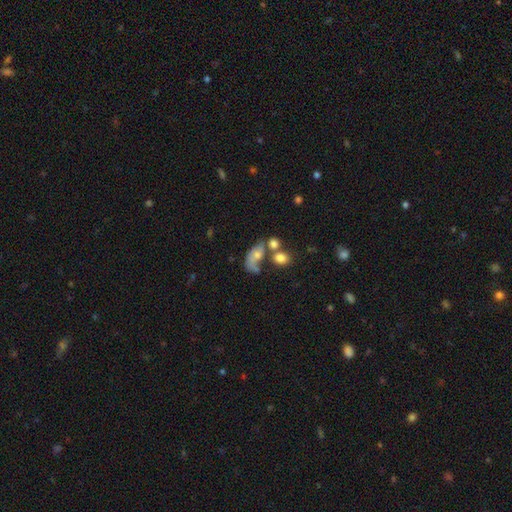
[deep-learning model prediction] smooth_or_featured: smooth (p=0.55) [alt: featured or disk p=0.34]
how_rounded: in between (p=0.81) [alt: round p=0.14]
merging: merger (p=0.35) [alt: none p=0.24]